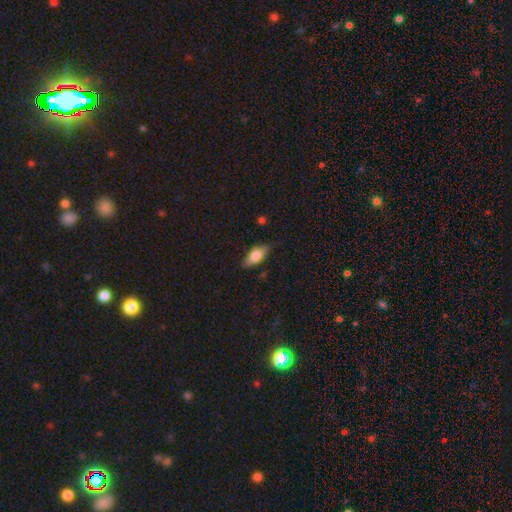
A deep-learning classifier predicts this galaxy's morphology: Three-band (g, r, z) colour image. It shows a smooth galaxy with no disk features (66%) that is in between round and cigar-shaped (80%). Merging: none (79%).